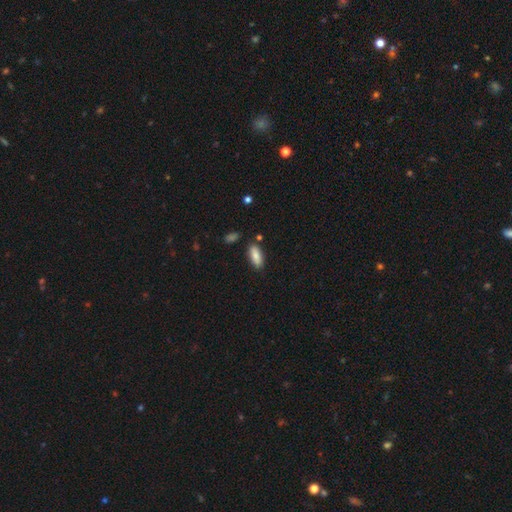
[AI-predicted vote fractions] The model was most divided on "how rounded": in between: 81%, cigar-shaped: 17%, round: 2%. More confident: smooth or featured — smooth (85%); merging — none (83%).